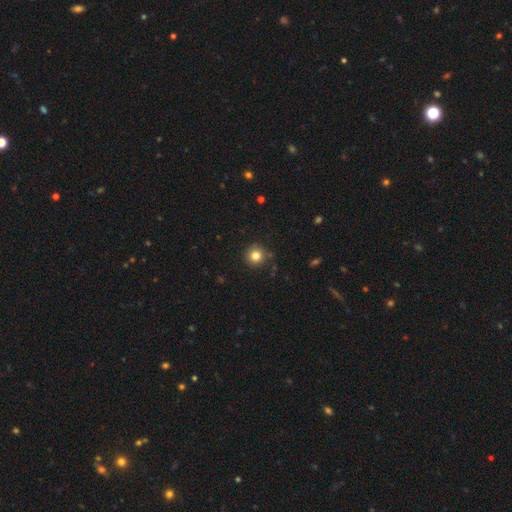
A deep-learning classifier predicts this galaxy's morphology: smooth_or_featured: smooth (p=0.82) [alt: star or artifact p=0.12]
how_rounded: round (p=0.94) [alt: in between p=0.05]
merging: none (p=0.86) [alt: minor disturbance p=0.10]